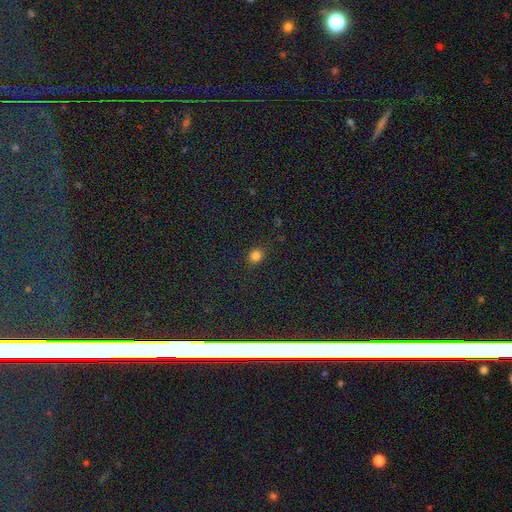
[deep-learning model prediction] Smooth or featured? smooth (82%)
How rounded? round (70%)
Merging? none (85%)